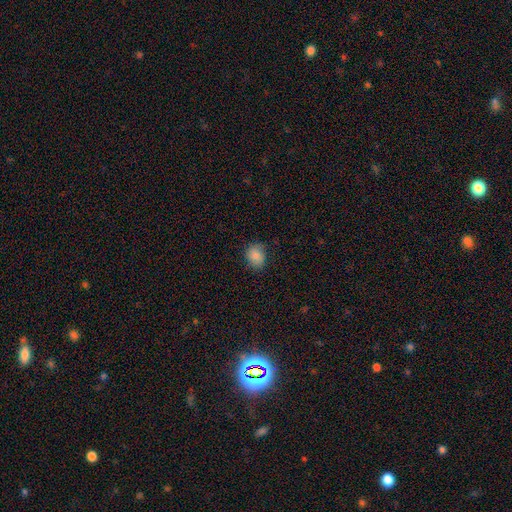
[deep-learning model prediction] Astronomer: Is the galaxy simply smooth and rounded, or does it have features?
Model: smooth — 85%.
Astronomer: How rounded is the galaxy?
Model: round — 57% (runner-up: in between, 43%).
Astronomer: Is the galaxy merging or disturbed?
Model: none — 76%.